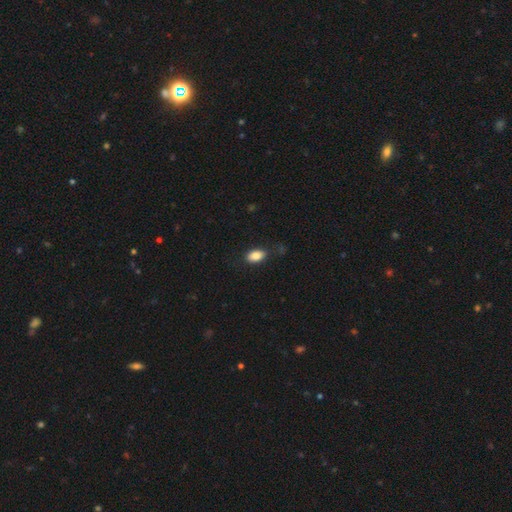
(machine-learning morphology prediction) A smooth galaxy with no disk features (87%) that is in between round and cigar-shaped (90%).

Vote fractions:
- Smooth or featured? smooth: 87% / star or artifact: 8% / featured or disk: 6%
- How rounded? in between: 90% / round: 7% / cigar-shaped: 2%
- Merging? none: 81% / minor disturbance: 14% / major disturbance: 4% / merger: 1%